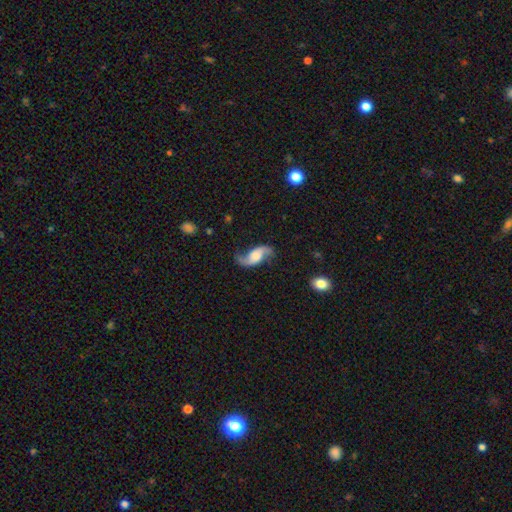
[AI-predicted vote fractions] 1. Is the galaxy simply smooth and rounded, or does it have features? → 84% featured or disk, 10% smooth, 6% star or artifact.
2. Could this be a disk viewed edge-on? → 96% no, 4% yes.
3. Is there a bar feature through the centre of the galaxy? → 56% no, 33% weak, 11% strong.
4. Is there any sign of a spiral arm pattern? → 96% yes, 4% no.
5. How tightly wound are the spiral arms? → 77% loose, 19% medium, 4% tight.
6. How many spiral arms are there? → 93% 2, 2% 1, 2% can't tell, 1% 3, 1% 4, 1% more than 4.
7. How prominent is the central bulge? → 27% moderate, 25% large, 22% none, 20% small, 6% dominant.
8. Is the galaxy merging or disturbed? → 74% none, 16% minor disturbance, 8% major disturbance, 2% merger.